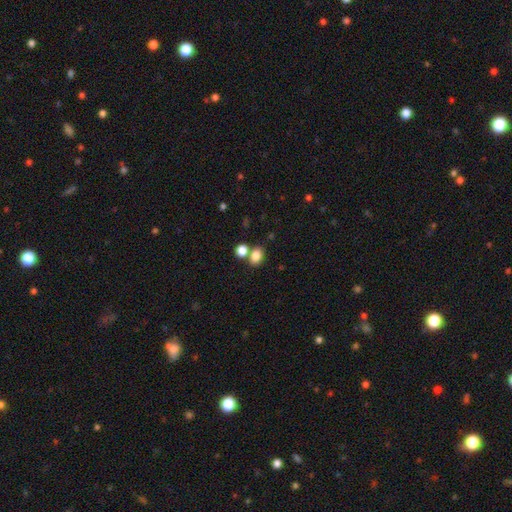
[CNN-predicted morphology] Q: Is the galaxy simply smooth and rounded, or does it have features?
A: smooth — 83%.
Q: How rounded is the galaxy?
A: in between — 64%.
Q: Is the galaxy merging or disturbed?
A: none — 61%.